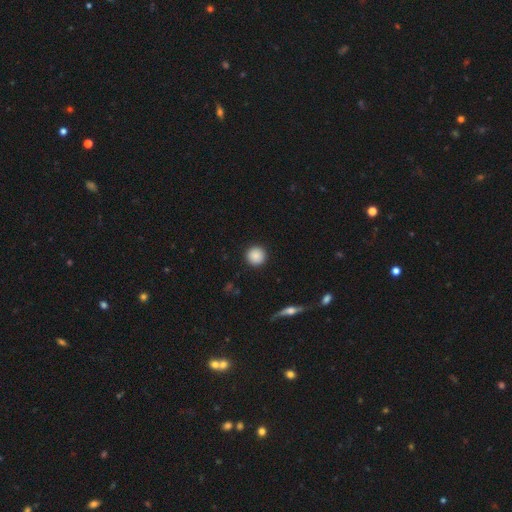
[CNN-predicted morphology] smooth 88%, star or artifact 8%, featured or disk 4%. Down the decision tree: how rounded — round (95%); merging — none (92%).